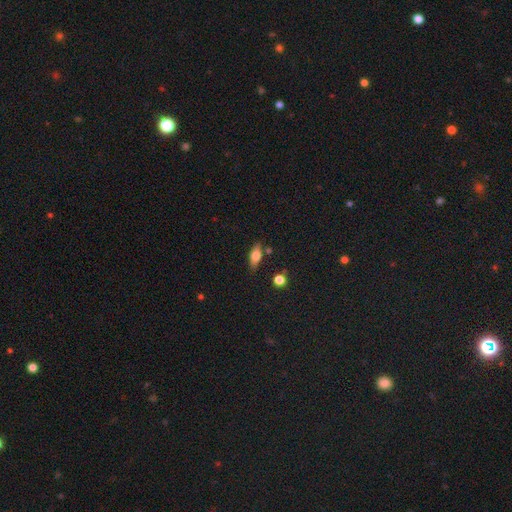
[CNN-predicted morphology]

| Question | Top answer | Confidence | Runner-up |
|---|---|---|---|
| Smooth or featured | smooth | 68% | featured or disk (24%) |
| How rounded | in between | 77% | cigar-shaped (18%) |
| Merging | none | 77% | minor disturbance (15%) |